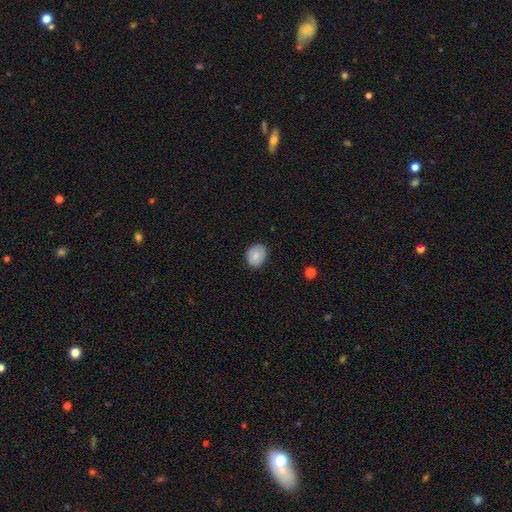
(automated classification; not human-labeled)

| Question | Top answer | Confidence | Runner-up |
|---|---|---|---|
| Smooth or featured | smooth | 83% | featured or disk (9%) |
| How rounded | in between | 51% | round (48%) |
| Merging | none | 83% | minor disturbance (13%) |